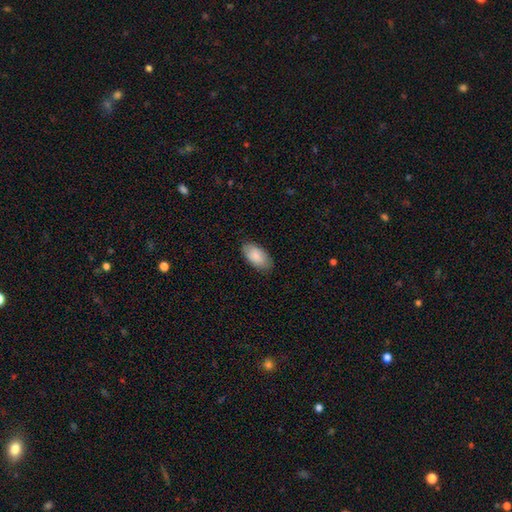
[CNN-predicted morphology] smooth-or-featured: smooth: 85% | featured or disk: 9% | star or artifact: 6%
  how-rounded: in between: 95% | cigar-shaped: 3% | round: 2%
  merging: none: 82% | minor disturbance: 14% | major disturbance: 3% | merger: 1%